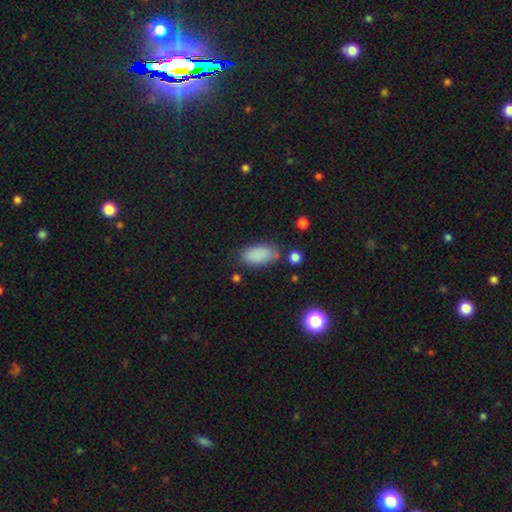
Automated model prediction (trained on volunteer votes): Morphology: type=smooth (86%); roundness=in between (93%); merging=none (71%).